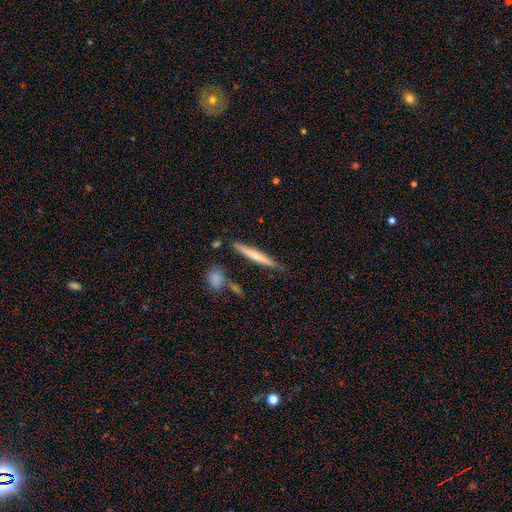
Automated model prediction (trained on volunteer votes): Smooth or featured: smooth — 50% (featured or disk — 44%)
Merging: none — 82% (minor disturbance — 12%)